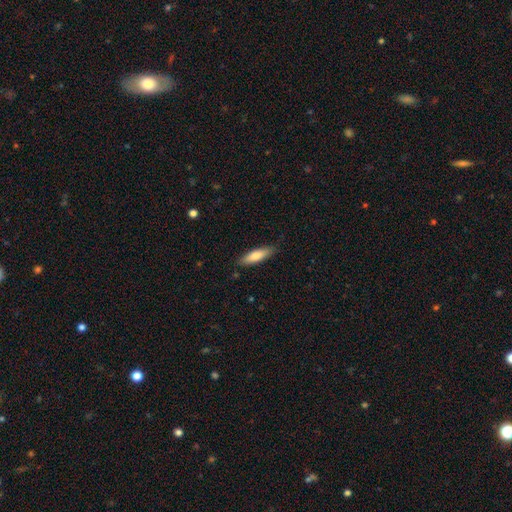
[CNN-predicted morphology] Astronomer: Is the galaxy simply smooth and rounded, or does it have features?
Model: smooth — 74%.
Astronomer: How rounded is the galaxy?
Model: cigar-shaped — 60% (runner-up: in between, 38%).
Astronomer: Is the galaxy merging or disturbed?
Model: none — 85%.